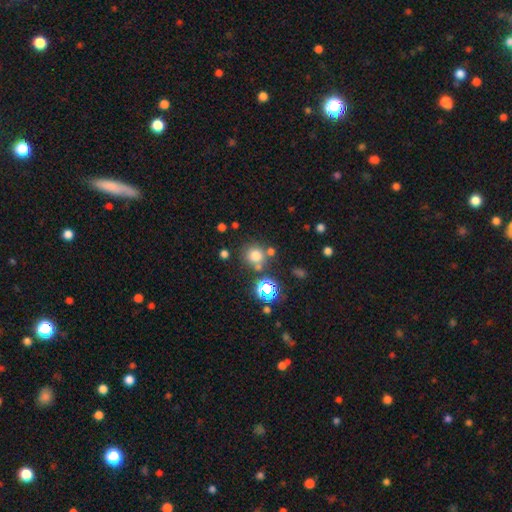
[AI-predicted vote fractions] Smooth or featured? smooth (71%)
How rounded? round (89%)
Merging? none (70%)